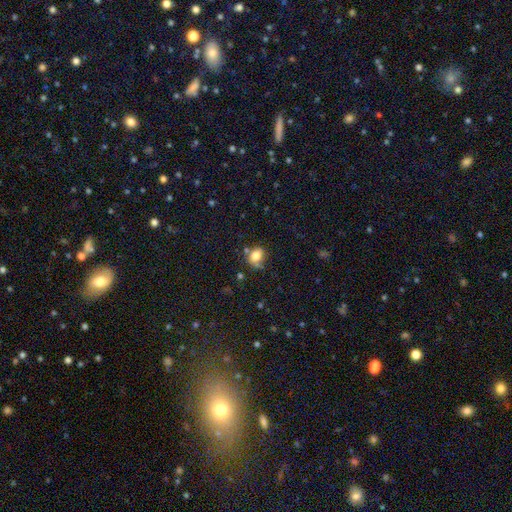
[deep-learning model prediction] Morphology: type=smooth (80%); roundness=in between (52%); merging=none (56%).